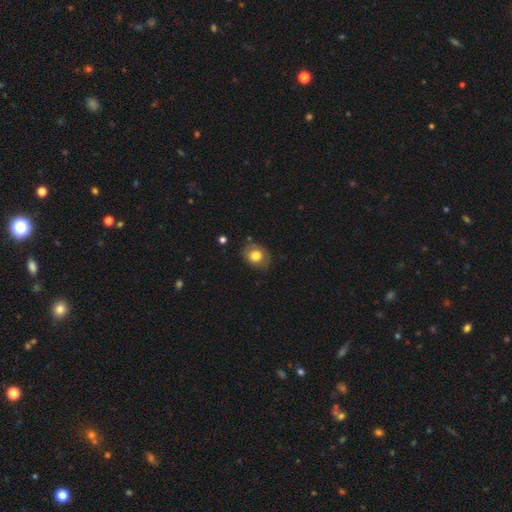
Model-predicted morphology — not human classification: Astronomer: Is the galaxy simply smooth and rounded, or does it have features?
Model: smooth — 76%.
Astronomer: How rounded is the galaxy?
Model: round — 50% (runner-up: in between, 49%).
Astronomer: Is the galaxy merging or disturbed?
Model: none — 77%.